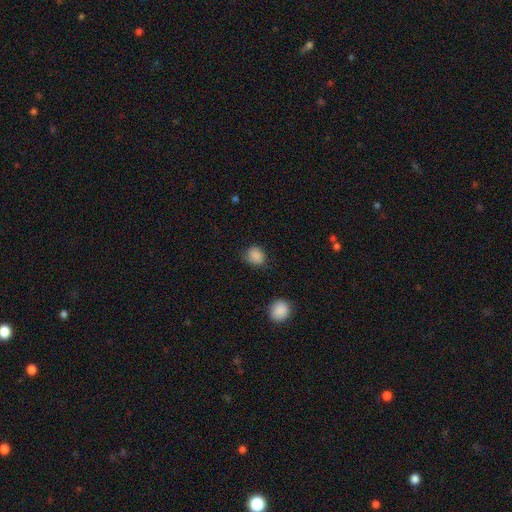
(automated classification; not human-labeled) Q: Smooth or featured?
A: smooth (87%); runner-up: star or artifact (9%)
Q: How rounded?
A: round (73%); runner-up: in between (26%)
Q: Merging?
A: none (76%); runner-up: minor disturbance (18%)